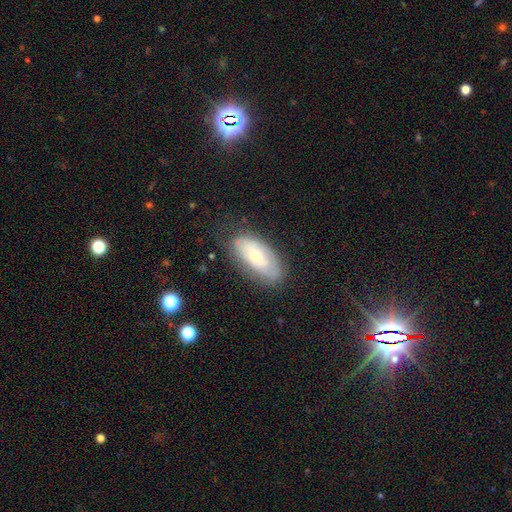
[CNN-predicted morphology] Smooth or featured?
  - featured or disk: 47% *
  - smooth: 46%
  - star or artifact: 7%
Merging?
  - none: 71% *
  - minor disturbance: 21%
  - major disturbance: 7%
  - merger: 2%